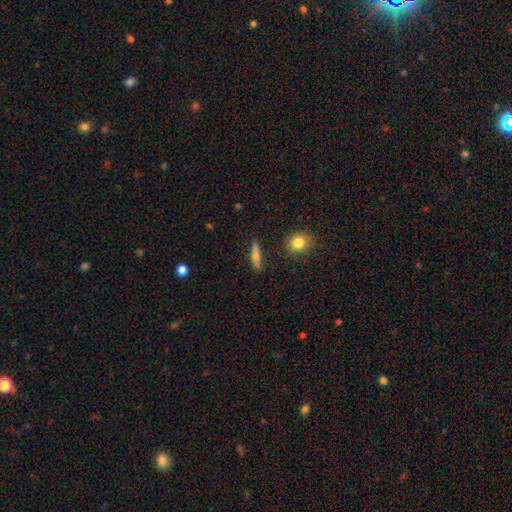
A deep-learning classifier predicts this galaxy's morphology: smooth_or_featured: smooth (p=0.50) [alt: featured or disk p=0.41]
merging: none (p=0.83) [alt: minor disturbance p=0.11]